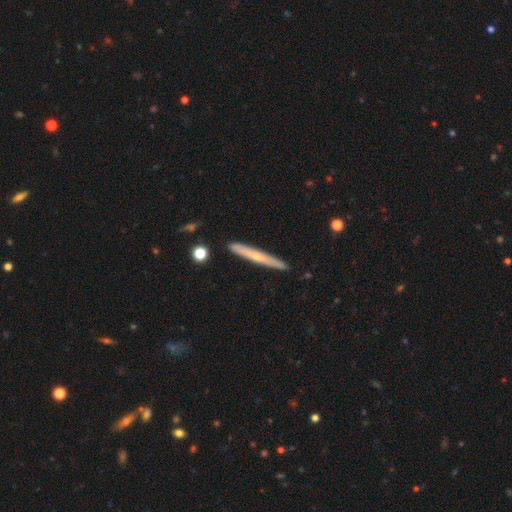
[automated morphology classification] featured or disk 52%, smooth 42%, star or artifact 6%. Down the decision tree: edge-on disk — yes (94%); merging — none (91%).